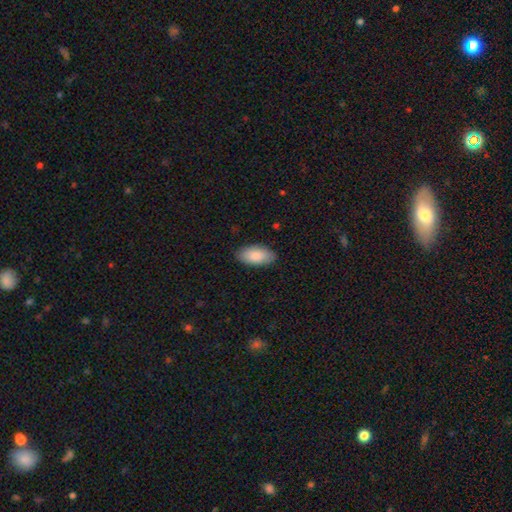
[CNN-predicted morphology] Smooth or featured? smooth (87%)
How rounded? in between (94%)
Merging? none (87%)